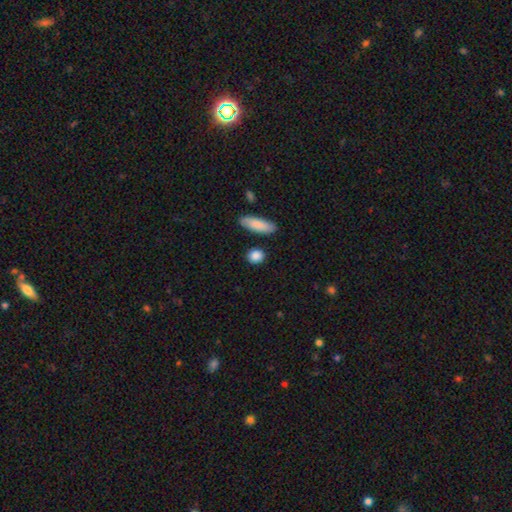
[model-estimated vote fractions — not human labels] A smooth galaxy with no disk features (88%) that is round (58%).

Vote fractions:
- Smooth or featured? smooth: 88% / star or artifact: 8% / featured or disk: 5%
- How rounded? round: 58% / in between: 34% / cigar-shaped: 7%
- Merging? none: 85% / minor disturbance: 9% / merger: 4% / major disturbance: 2%